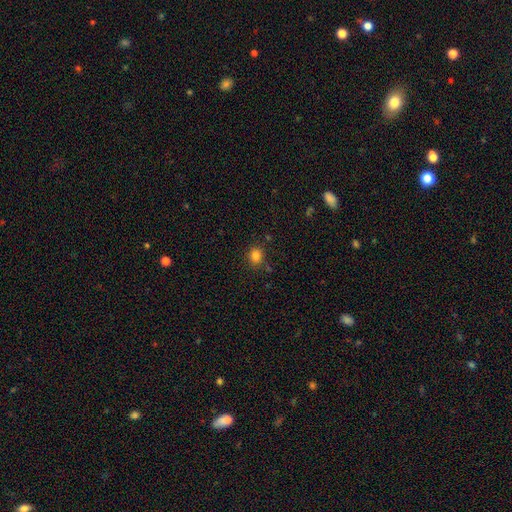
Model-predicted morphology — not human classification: Smooth or featured? smooth (83%)
How rounded? round (69%)
Merging? none (83%)